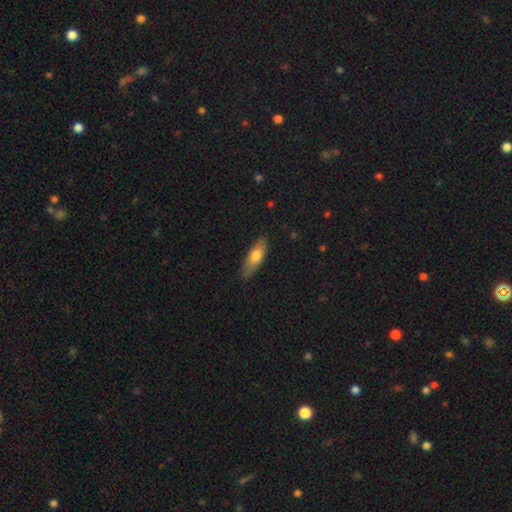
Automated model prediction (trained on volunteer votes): Overall: smooth (67%; featured or disk 28%). How rounded: in between (57%; cigar-shaped 41%). Merging: none (82%).